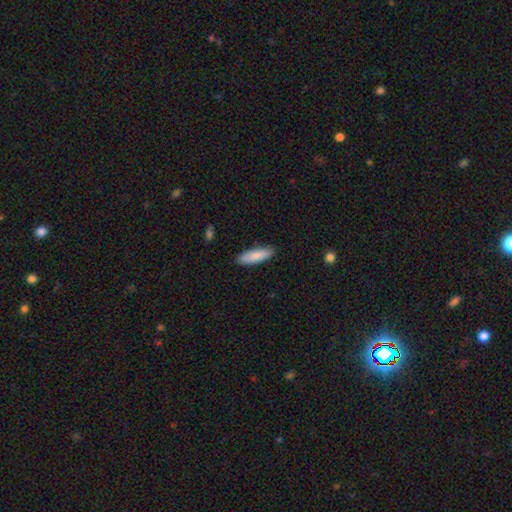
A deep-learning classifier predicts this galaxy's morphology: This appears to be a smooth galaxy with no disk features (87%) that is cigar-shaped (54%). Merging: none (87%).